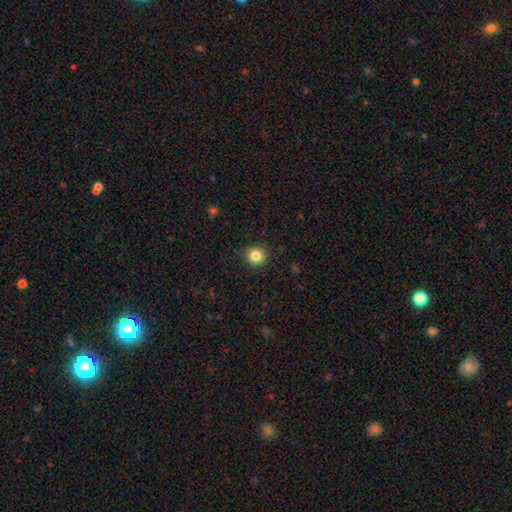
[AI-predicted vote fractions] Smooth or featured: smooth — 84% (star or artifact — 11%)
How rounded: round — 94% (in between — 5%)
Merging: none — 91% (minor disturbance — 6%)